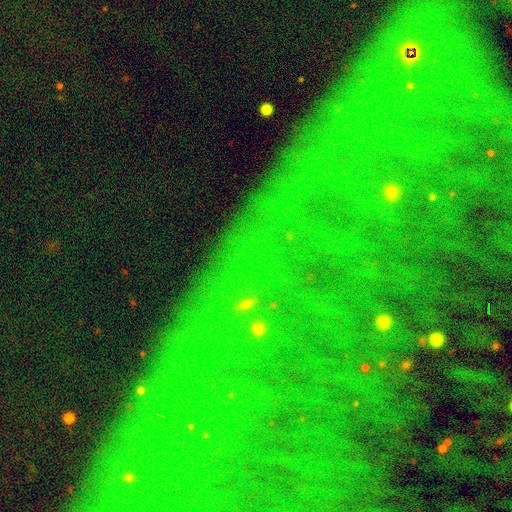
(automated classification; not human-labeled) Smooth or featured: star or artifact — 81% (featured or disk — 10%)